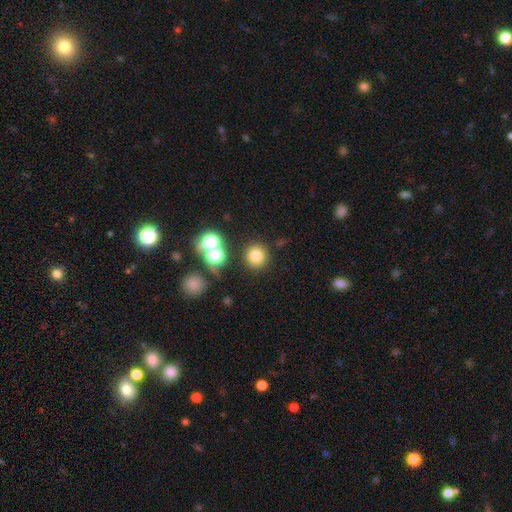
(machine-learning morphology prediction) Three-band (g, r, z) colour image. It shows a smooth galaxy with no disk features (77%) that is round (91%). Merging: none (82%).